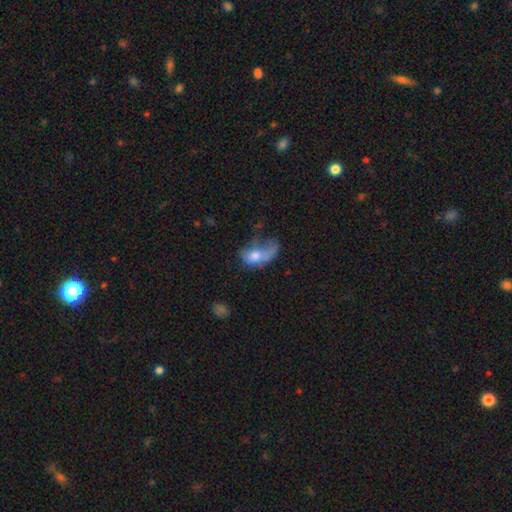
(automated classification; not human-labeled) Q: Smooth or featured?
A: smooth (58%); runner-up: featured or disk (33%)
Q: How rounded?
A: in between (82%); runner-up: round (13%)
Q: Merging?
A: major disturbance (54%); runner-up: minor disturbance (19%)